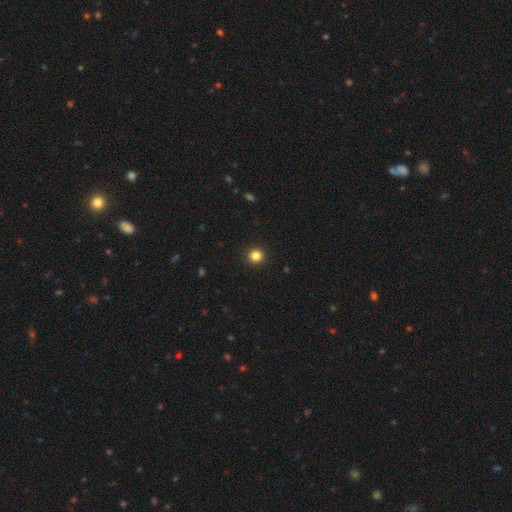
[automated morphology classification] The model was most divided on "smooth or featured": smooth: 84%, star or artifact: 12%, featured or disk: 4%. More confident: merging — none (93%); how rounded — round (93%).